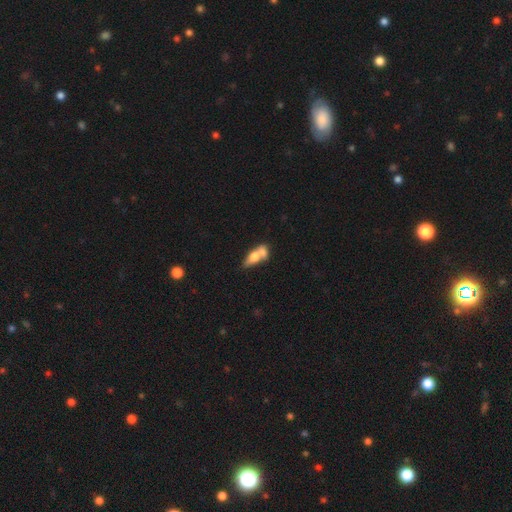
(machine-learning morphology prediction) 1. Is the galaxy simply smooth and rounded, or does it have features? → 60% smooth, 32% featured or disk, 8% star or artifact.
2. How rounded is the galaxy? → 70% in between, 21% cigar-shaped, 10% round.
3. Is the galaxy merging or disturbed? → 61% merger, 22% none, 10% minor disturbance, 7% major disturbance.